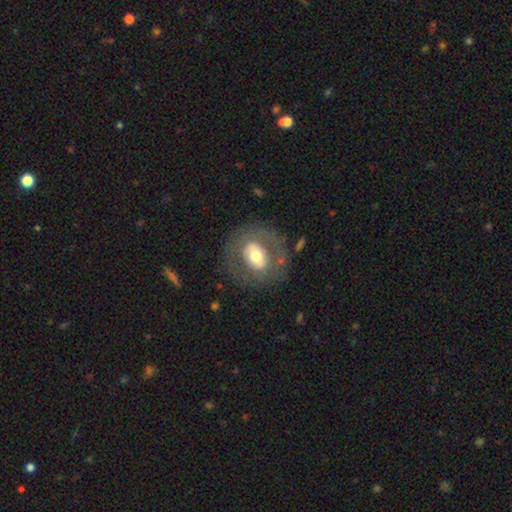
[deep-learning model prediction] Smooth or featured: featured or disk — 51% (smooth — 42%)
Edge-on disk: no — 93% (yes — 7%)
Merging: none — 75% (minor disturbance — 13%)